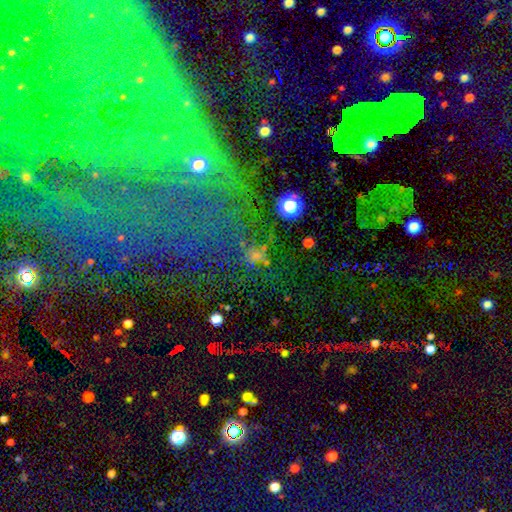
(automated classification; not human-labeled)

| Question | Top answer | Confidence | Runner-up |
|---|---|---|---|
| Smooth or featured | star or artifact | 43% | smooth (42%) |